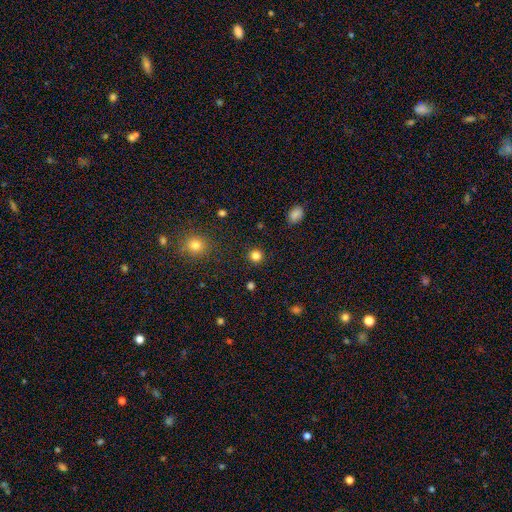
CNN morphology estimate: smooth 83%, star or artifact 13%, featured or disk 4%. Down the decision tree: how rounded — round (92%); merging — none (91%).